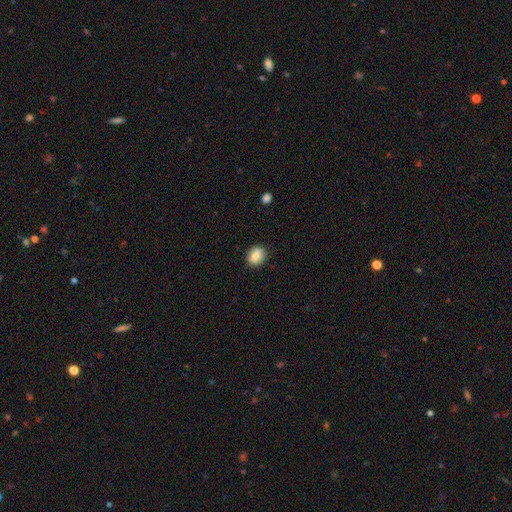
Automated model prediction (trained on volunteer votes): smooth-or-featured: smooth: 76% | featured or disk: 15% | star or artifact: 8%
  how-rounded: round: 51% | in between: 47% | cigar-shaped: 1%
  merging: none: 85% | minor disturbance: 11% | major disturbance: 2% | merger: 1%